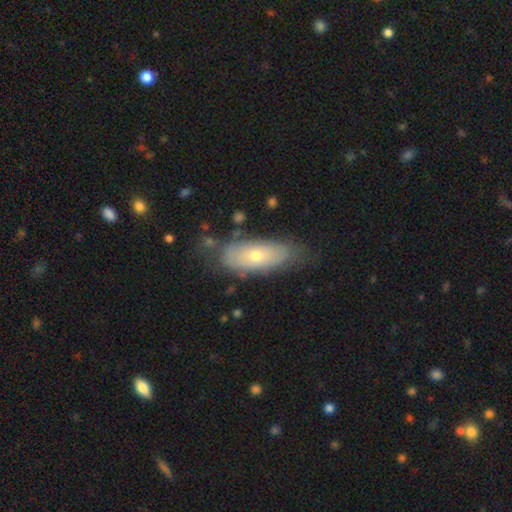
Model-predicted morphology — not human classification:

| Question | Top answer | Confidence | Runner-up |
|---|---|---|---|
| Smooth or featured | smooth | 54% | featured or disk (40%) |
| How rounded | in between | 80% | cigar-shaped (17%) |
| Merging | none | 67% | minor disturbance (24%) |